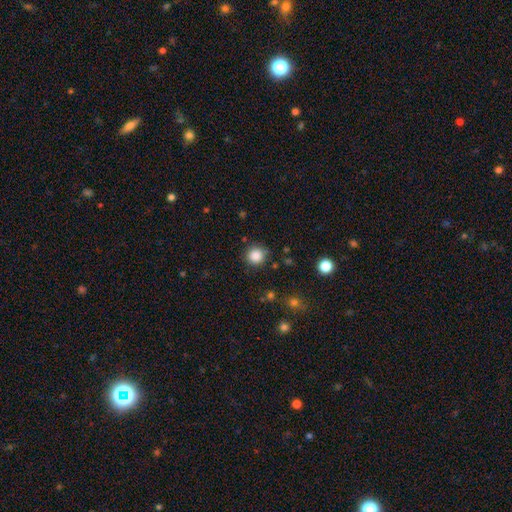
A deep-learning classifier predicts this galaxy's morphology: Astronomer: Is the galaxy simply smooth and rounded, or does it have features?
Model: smooth — 86%.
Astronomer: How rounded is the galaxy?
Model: round — 92%.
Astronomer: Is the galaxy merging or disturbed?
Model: none — 85%.